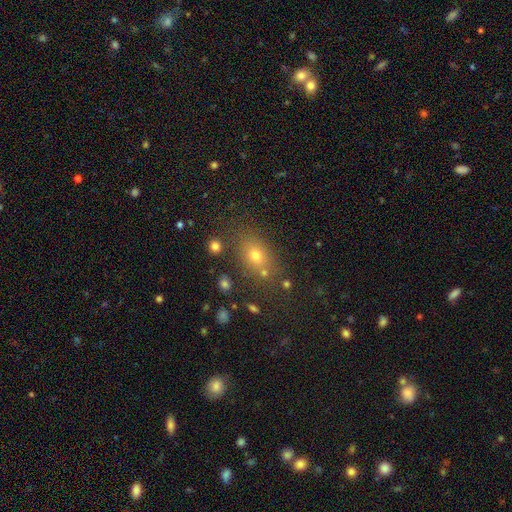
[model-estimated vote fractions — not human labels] Q: Smooth or featured?
A: smooth (68%); runner-up: star or artifact (19%)
Q: How rounded?
A: in between (62%); runner-up: round (35%)
Q: Merging?
A: none (74%); runner-up: minor disturbance (13%)